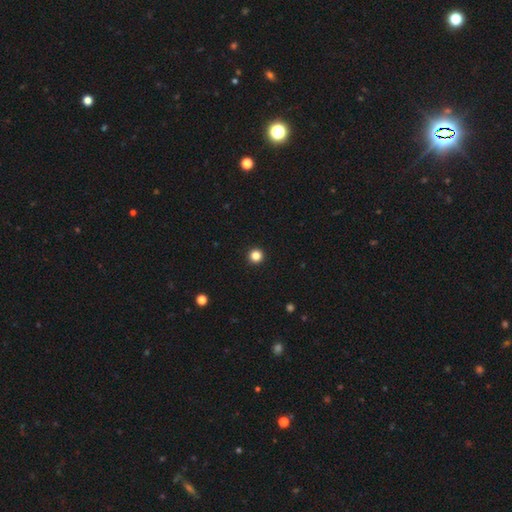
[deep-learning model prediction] Smooth or featured? Predicted: smooth (p=0.84). How rounded? Predicted: round (p=0.97). Merging? Predicted: none (p=0.94).